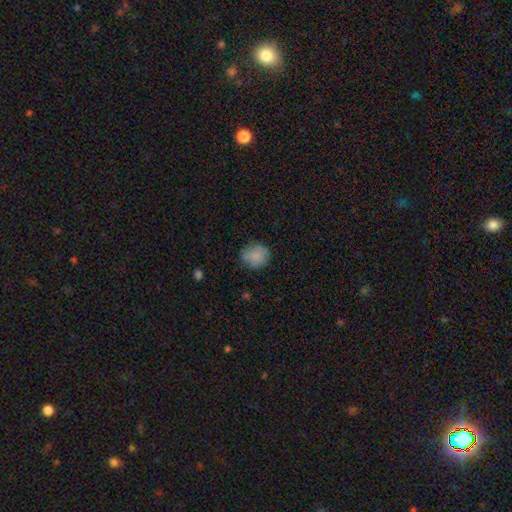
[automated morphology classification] Smooth or featured? smooth (82%)
How rounded? round (76%)
Merging? none (74%)